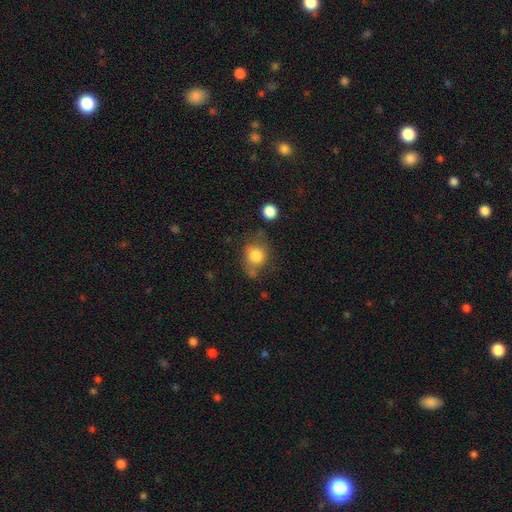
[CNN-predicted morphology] The model was most divided on "merging": none: 53%, minor disturbance: 25%, major disturbance: 12%, merger: 9%. More confident: smooth or featured — smooth (79%); how rounded — round (68%).